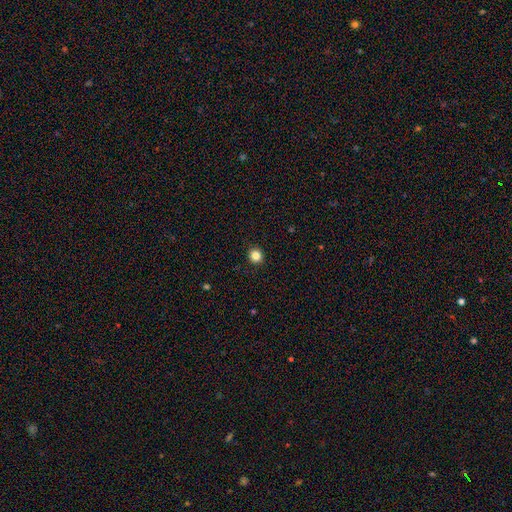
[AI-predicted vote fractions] This appears to be a smooth galaxy with no disk features (84%) that is round (91%). Merging: none (93%).